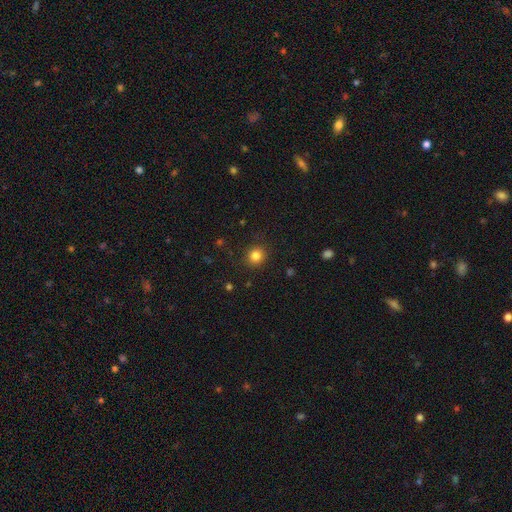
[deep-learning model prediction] The model was most divided on "smooth or featured": smooth: 83%, star or artifact: 12%, featured or disk: 5%. More confident: merging — none (89%); how rounded — round (88%).